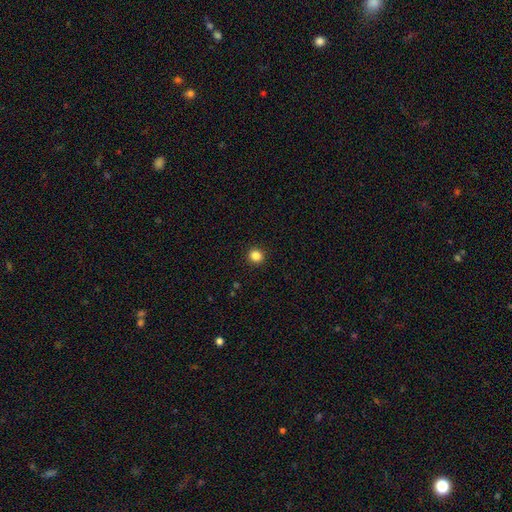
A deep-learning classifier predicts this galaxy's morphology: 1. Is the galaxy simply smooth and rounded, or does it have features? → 86% smooth, 11% star or artifact, 3% featured or disk.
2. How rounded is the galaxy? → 89% round, 10% in between, 1% cigar-shaped.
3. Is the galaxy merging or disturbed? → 93% none, 5% minor disturbance, 2% major disturbance, 1% merger.